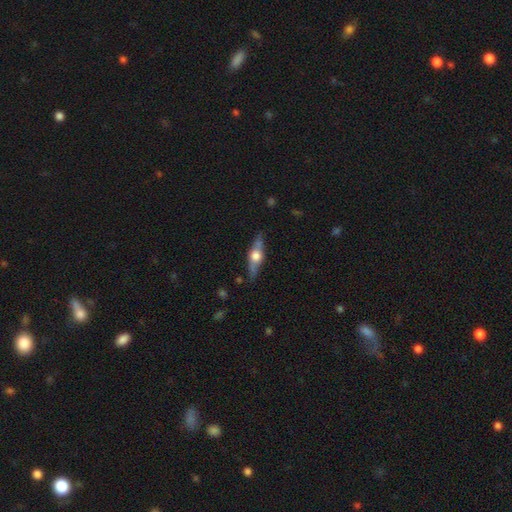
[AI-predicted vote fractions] Smooth or featured: featured or disk — 69% (smooth — 25%)
Edge-on disk: yes — 94% (no — 6%)
Edge-on bulge: rounded — 94% (boxy — 4%)
Merging: none — 83% (minor disturbance — 12%)